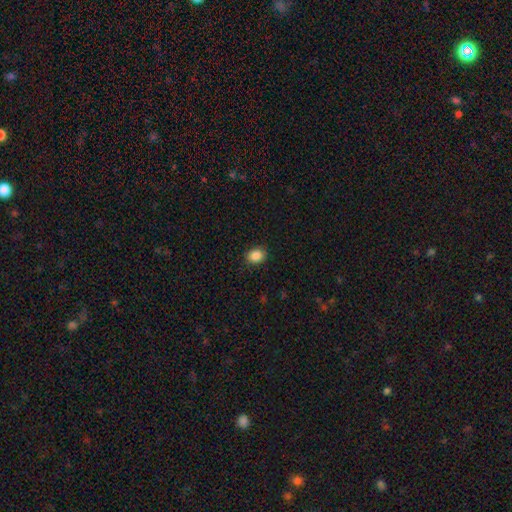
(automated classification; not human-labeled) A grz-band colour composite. It shows a smooth galaxy with no disk features (88%) that is in between round and cigar-shaped (54%). Merging: none (89%).